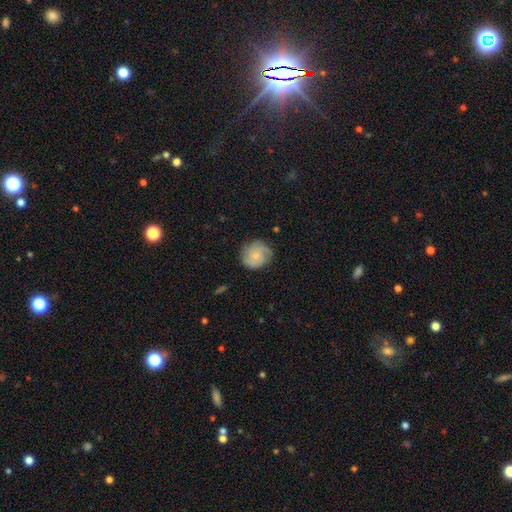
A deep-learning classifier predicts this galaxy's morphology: smooth-or-featured: featured or disk: 59% | smooth: 34% | star or artifact: 7%
  disk-edge-on: no: 98% | yes: 2%
    bar: no: 77% | weak: 20% | strong: 2%
    has-spiral-arms: yes: 91% | no: 9%
      spiral-winding: tight: 52% | medium: 36% | loose: 13%
      spiral-arm-count: 3: 30% | can't tell: 27% | 2: 24% | 4: 8% | 1: 6% | more than 4: 5%
    bulge-size: small: 69% | moderate: 23% | none: 6% | large: 1% | dominant: 1%
  merging: none: 75% | minor disturbance: 18% | major disturbance: 6% | merger: 1%